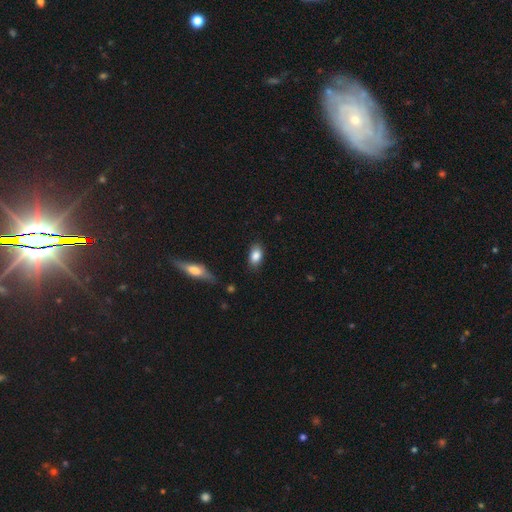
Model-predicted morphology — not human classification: smooth-or-featured: smooth: 85% | star or artifact: 7% | featured or disk: 7%
  how-rounded: in between: 89% | round: 8% | cigar-shaped: 3%
  merging: none: 82% | minor disturbance: 13% | major disturbance: 3% | merger: 2%